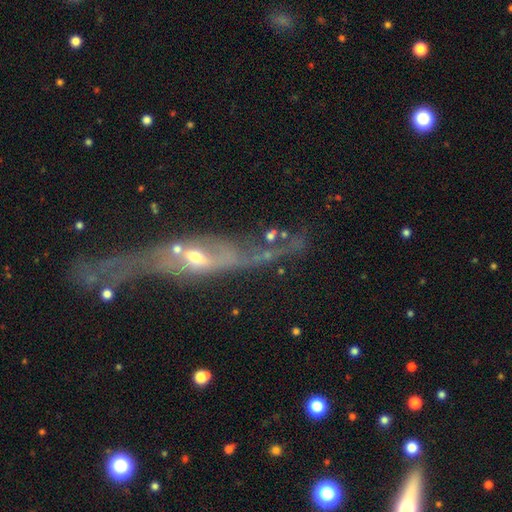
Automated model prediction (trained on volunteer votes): Smooth or featured? featured or disk (79%)
Edge-on disk? no (52%)
Merging? none (51%)